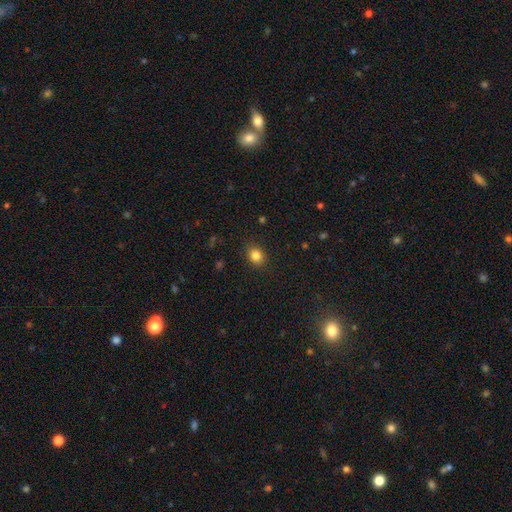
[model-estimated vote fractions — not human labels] Overall: smooth (84%). How rounded: round (63%; in between 36%). Merging: none (88%).